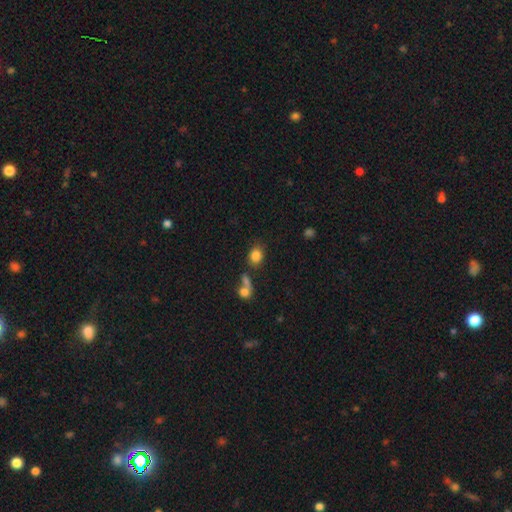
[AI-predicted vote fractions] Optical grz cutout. It shows a smooth galaxy with no disk features (83%) that is round (54%). Merging: none (68%).